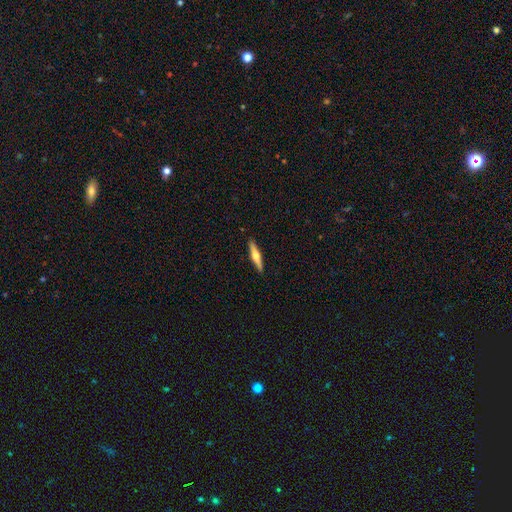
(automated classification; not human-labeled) A featured or disk galaxy (60%) viewed edge-on (97%) with a rounded central bulge (93%).

Vote fractions:
- Smooth or featured? featured or disk: 60% / smooth: 35% / star or artifact: 5%
- Edge-on disk? yes: 97% / no: 3%
- Edge-on bulge? rounded: 93% / boxy: 4% / none: 3%
- Merging? none: 91% / minor disturbance: 6% / major disturbance: 1% / merger: 1%